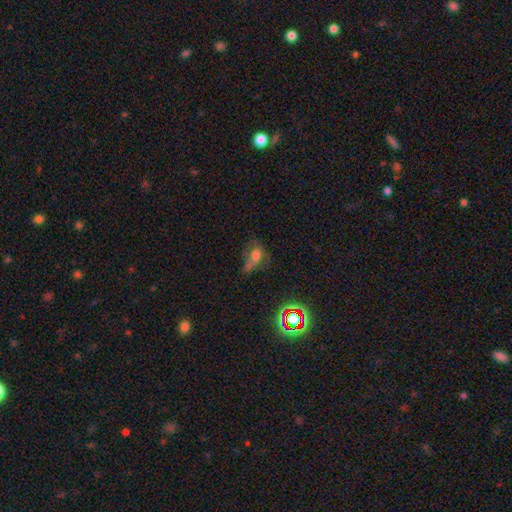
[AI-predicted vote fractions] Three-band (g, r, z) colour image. It shows a smooth galaxy with no disk features (45%). Merging: major disturbance (35%).